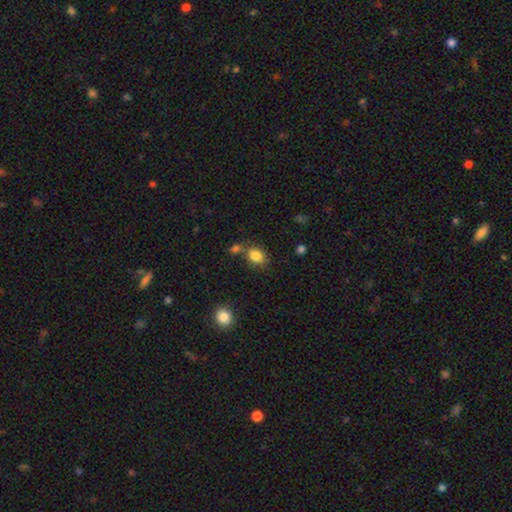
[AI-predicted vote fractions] smooth 84%, star or artifact 10%, featured or disk 6%. Down the decision tree: how rounded — in between (68%); merging — none (62%).